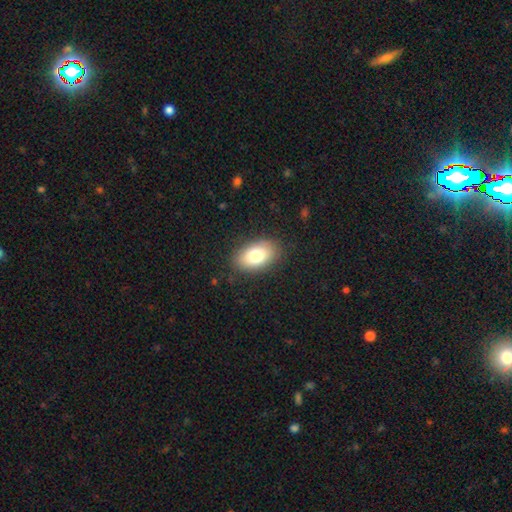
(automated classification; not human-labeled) A smooth galaxy with no disk features (78%) that is in between round and cigar-shaped (90%). Merging: none (85%).